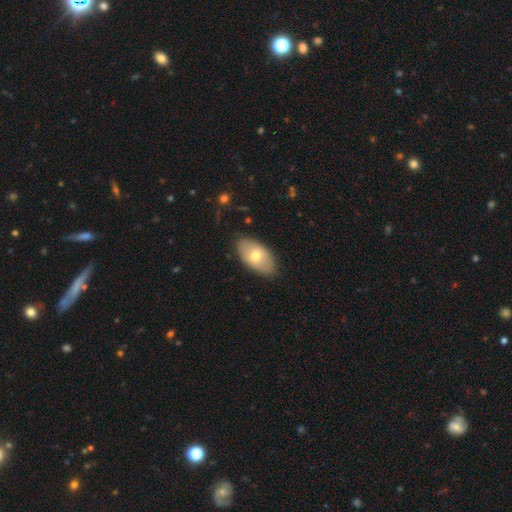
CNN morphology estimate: This is likely a smooth galaxy (66%). How rounded: clearly in between (94%). Merging: clearly none (83%).